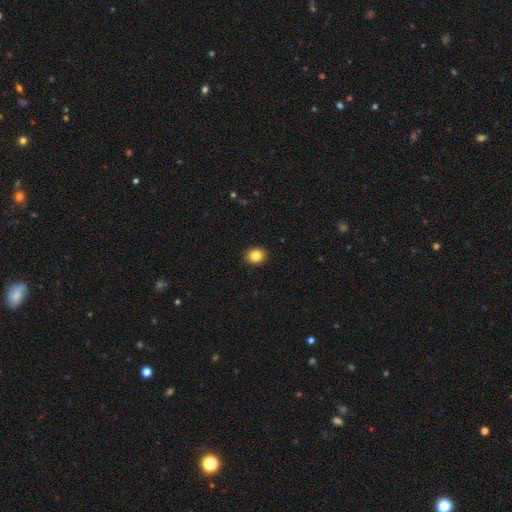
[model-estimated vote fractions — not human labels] Q: Smooth or featured?
A: smooth (86%); runner-up: star or artifact (9%)
Q: How rounded?
A: round (67%); runner-up: in between (32%)
Q: Merging?
A: none (91%); runner-up: minor disturbance (6%)